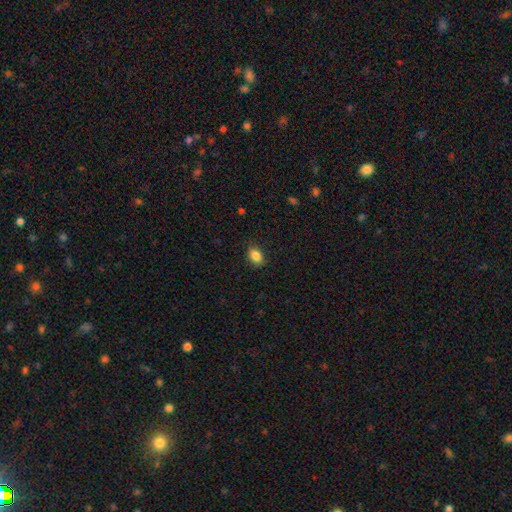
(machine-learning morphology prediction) Overall: smooth (86%). How rounded: in between (75%). Merging: none (83%).